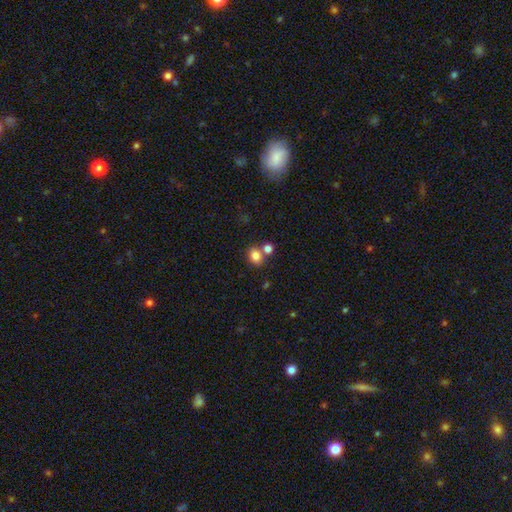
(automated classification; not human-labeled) Q: Smooth or featured?
A: smooth (82%); runner-up: star or artifact (11%)
Q: How rounded?
A: round (55%); runner-up: in between (44%)
Q: Merging?
A: none (60%); runner-up: merger (27%)